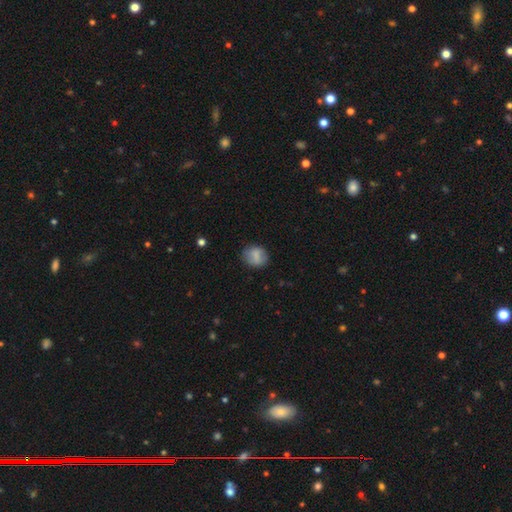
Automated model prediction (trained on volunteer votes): Smooth or featured: smooth — 75% (featured or disk — 17%)
How rounded: round — 60% (in between — 39%)
Merging: none — 76% (minor disturbance — 18%)